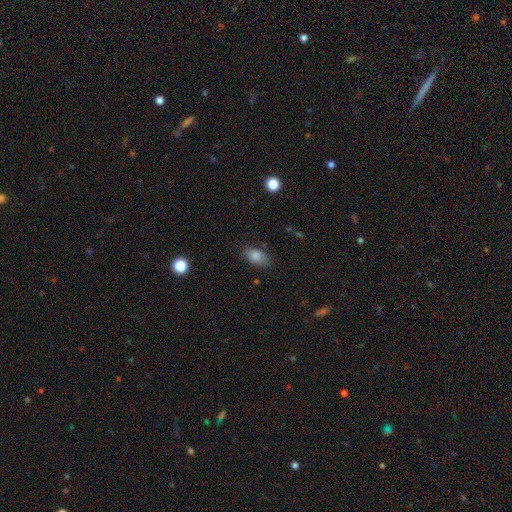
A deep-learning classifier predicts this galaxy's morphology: Smooth or featured? Predicted: smooth (p=0.83). How rounded? Predicted: in between (p=0.89). Merging? Predicted: none (p=0.78).